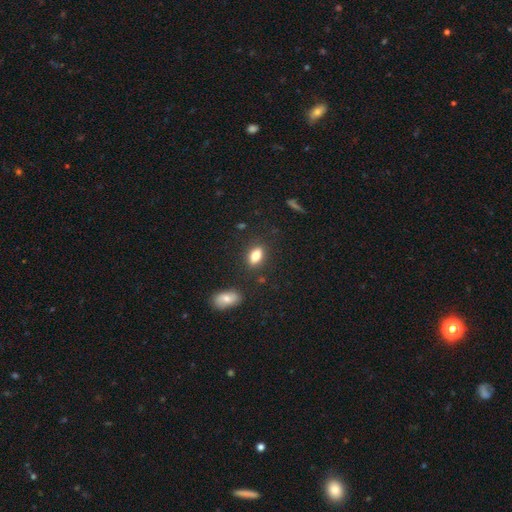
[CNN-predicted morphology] Smooth or featured?
  - smooth: 82% *
  - featured or disk: 9%
  - star or artifact: 9%
How rounded?
  - in between: 86% *
  - round: 9%
  - cigar-shaped: 5%
Merging?
  - none: 83% *
  - minor disturbance: 11%
  - merger: 4%
  - major disturbance: 3%